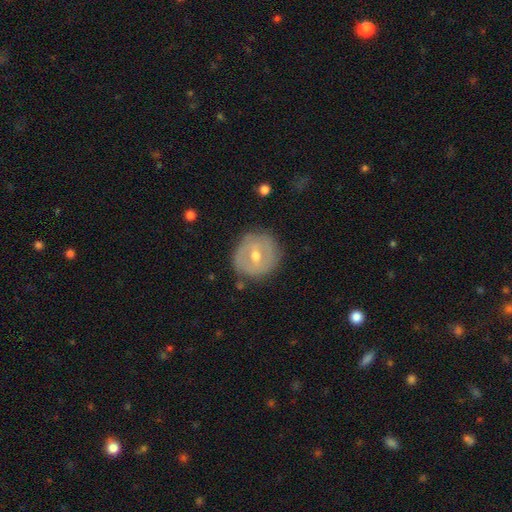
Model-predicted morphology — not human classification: type=featured or disk (62%); edge-on=no (96%); bar=weak (51%); spiral arms=yes (52%); bulge=moderate (67%); merging=none (80%).